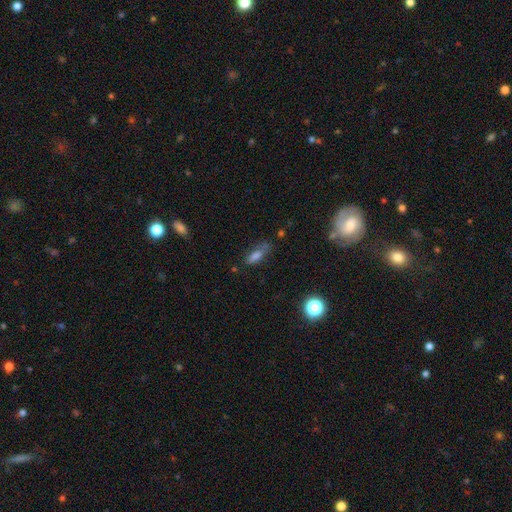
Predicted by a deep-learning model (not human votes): Morphology: type=smooth (68%); roundness=in between (53%); merging=none (53%).